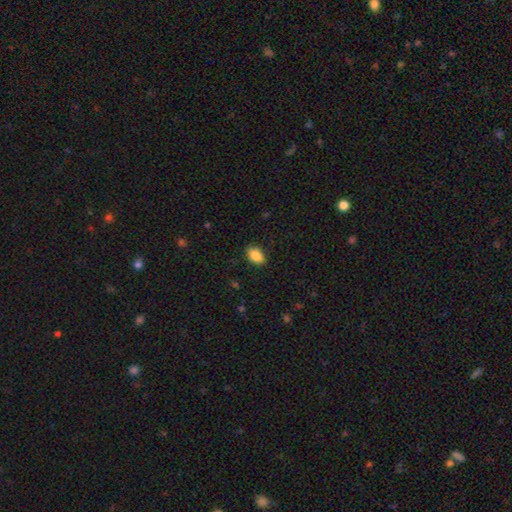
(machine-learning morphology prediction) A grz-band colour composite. It shows a smooth galaxy with no disk features (88%) that is in between round and cigar-shaped (89%). Merging: none (84%).